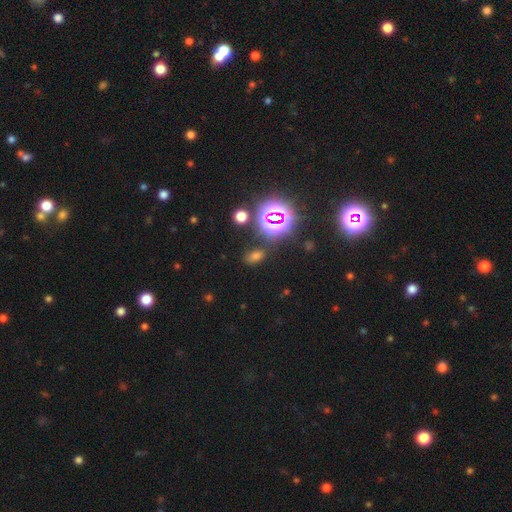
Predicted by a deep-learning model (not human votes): Q: Smooth or featured?
A: smooth (58%); runner-up: star or artifact (35%)
Q: How rounded?
A: in between (81%); runner-up: round (16%)
Q: Merging?
A: none (77%); runner-up: minor disturbance (13%)